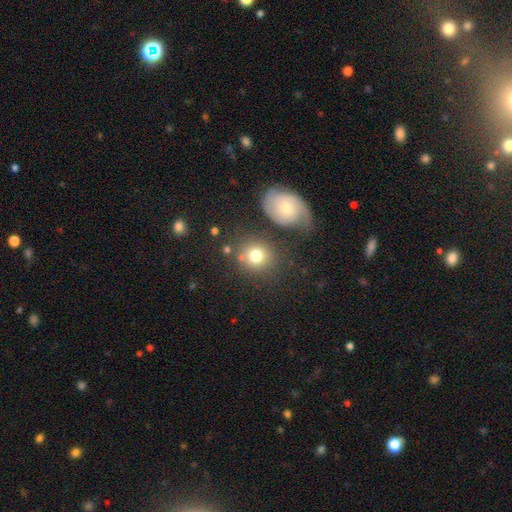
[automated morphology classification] A smooth galaxy with no disk features (75%) that is round (77%). Merging: none (69%).